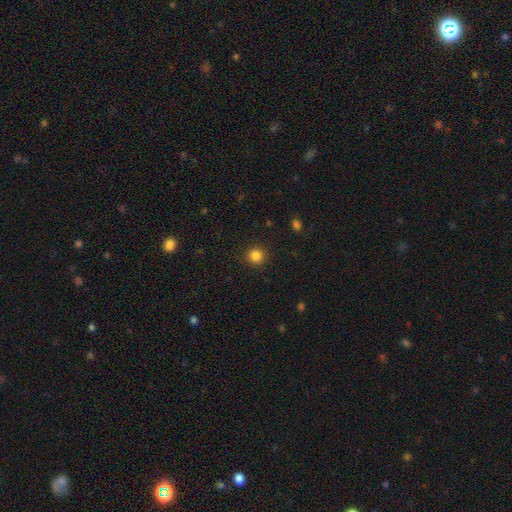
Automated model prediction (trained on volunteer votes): smooth_or_featured: smooth (p=0.85) [alt: star or artifact p=0.12]
how_rounded: round (p=0.92) [alt: in between p=0.07]
merging: none (p=0.90) [alt: minor disturbance p=0.06]